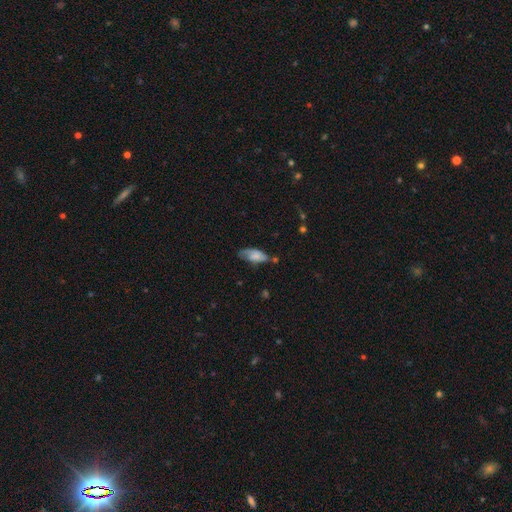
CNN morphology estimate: This appears to be a smooth galaxy with no disk features (61%) that is in between round and cigar-shaped (86%). Merging: none (42%).